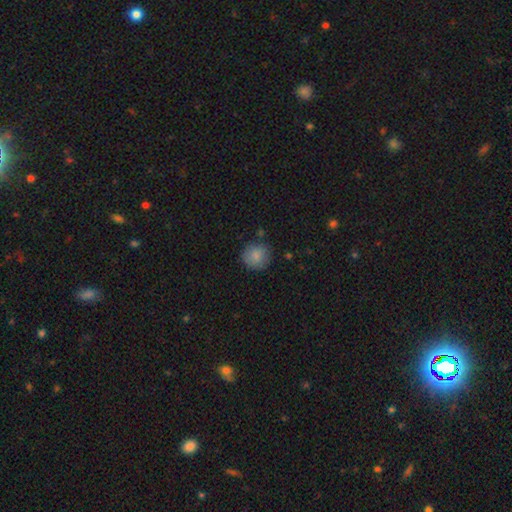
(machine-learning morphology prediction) Q: Smooth or featured?
A: smooth (85%); runner-up: star or artifact (8%)
Q: How rounded?
A: round (87%); runner-up: in between (12%)
Q: Merging?
A: none (80%); runner-up: minor disturbance (14%)